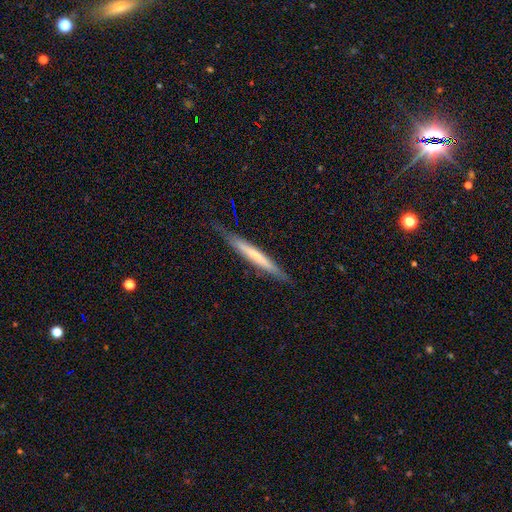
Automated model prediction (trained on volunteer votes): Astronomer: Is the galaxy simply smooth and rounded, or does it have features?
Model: smooth — 49% (runner-up: featured or disk, 45%).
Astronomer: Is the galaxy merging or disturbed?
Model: none — 81%.